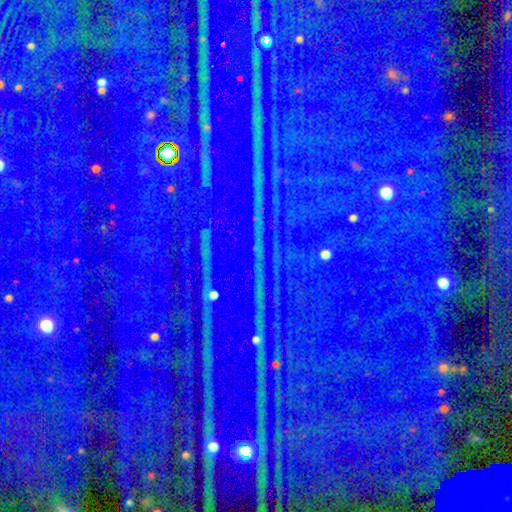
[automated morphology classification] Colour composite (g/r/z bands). It shows a star or artifact, not a galaxy (86%).